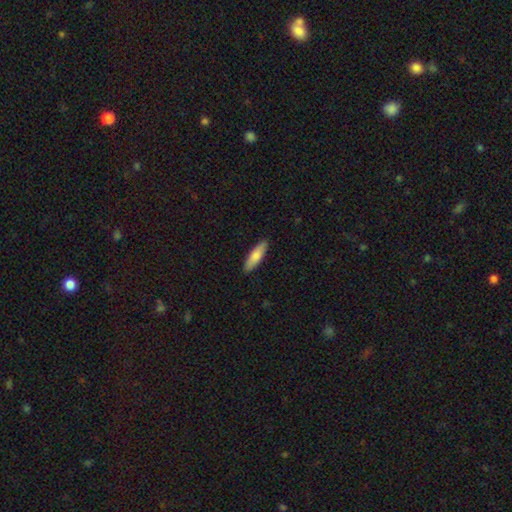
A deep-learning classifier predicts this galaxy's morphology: A smooth galaxy with no disk features (76%) that is cigar-shaped (59%). Merging: none (90%).